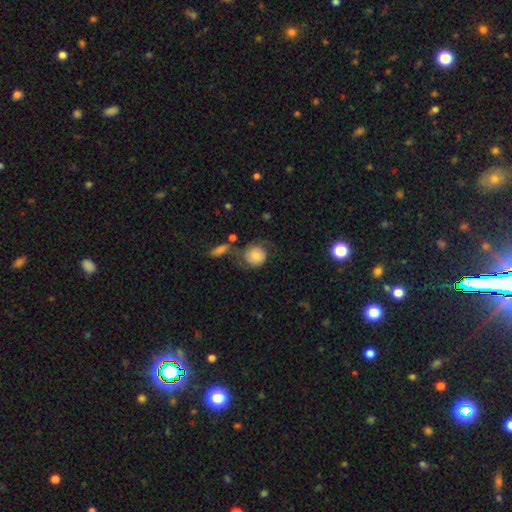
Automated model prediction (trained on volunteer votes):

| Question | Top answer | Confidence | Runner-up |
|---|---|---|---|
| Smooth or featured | smooth | 74% | featured or disk (18%) |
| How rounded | round | 84% | in between (15%) |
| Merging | none | 45% | minor disturbance (23%) |